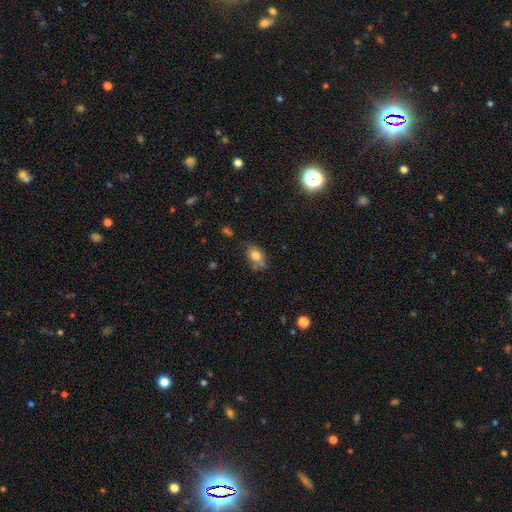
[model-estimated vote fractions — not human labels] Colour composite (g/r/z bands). It shows a smooth galaxy with no disk features (79%) that is in between round and cigar-shaped (80%). Merging: none (61%).